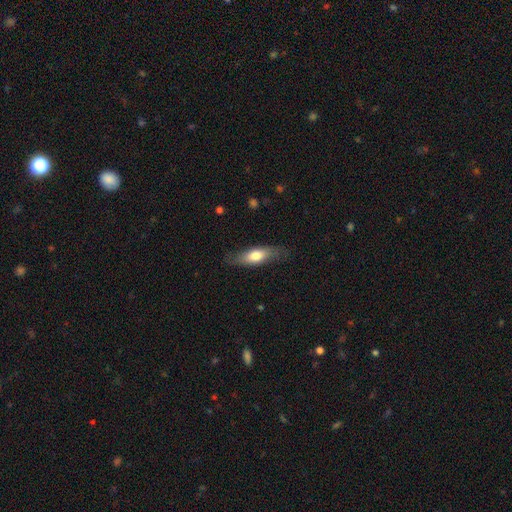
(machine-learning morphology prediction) smooth-or-featured: smooth: 64% | featured or disk: 30% | star or artifact: 6%
  how-rounded: in between: 55% | cigar-shaped: 43% | round: 3%
  merging: none: 77% | minor disturbance: 18% | major disturbance: 5% | merger: 1%